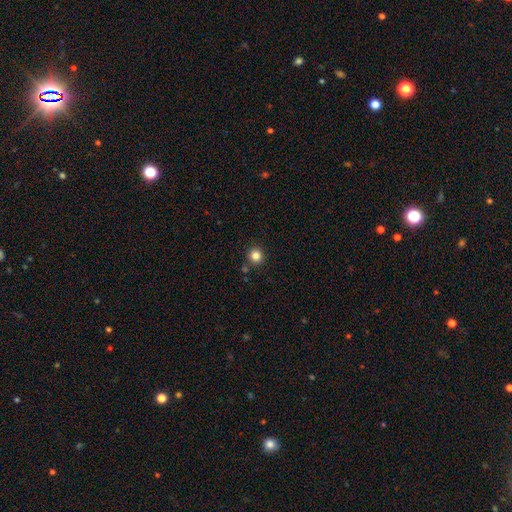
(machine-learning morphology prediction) This is clearly a smooth galaxy (83%). How rounded: clearly round (94%). Merging: clearly none (87%).